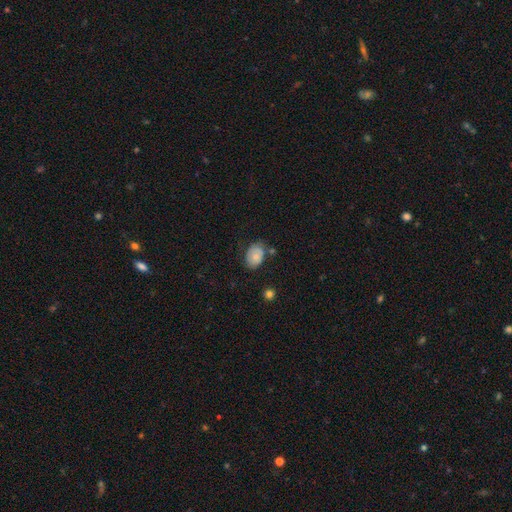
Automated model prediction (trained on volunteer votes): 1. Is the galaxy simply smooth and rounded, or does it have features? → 74% smooth, 18% featured or disk, 8% star or artifact.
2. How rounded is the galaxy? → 76% in between, 23% round, 1% cigar-shaped.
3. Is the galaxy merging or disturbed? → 60% none, 25% minor disturbance, 8% merger, 7% major disturbance.